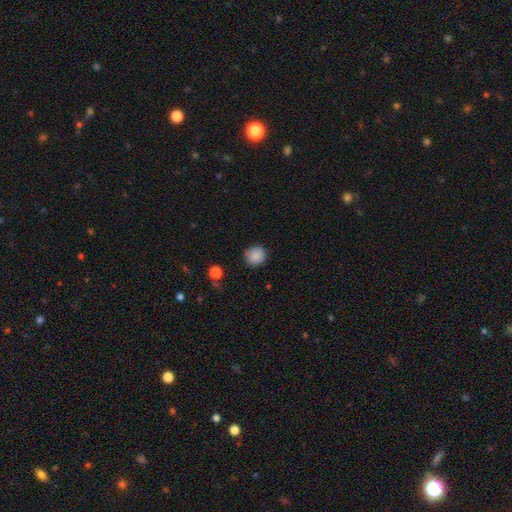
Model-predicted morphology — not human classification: smooth_or_featured: smooth (p=0.87) [alt: star or artifact p=0.09]
how_rounded: round (p=0.89) [alt: in between p=0.10]
merging: none (p=0.86) [alt: minor disturbance p=0.10]